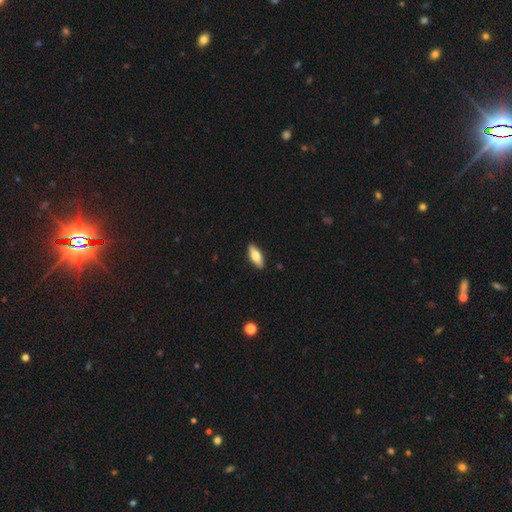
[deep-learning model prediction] Q: Smooth or featured?
A: smooth (68%); runner-up: featured or disk (26%)
Q: How rounded?
A: in between (71%); runner-up: cigar-shaped (26%)
Q: Merging?
A: none (90%); runner-up: minor disturbance (8%)